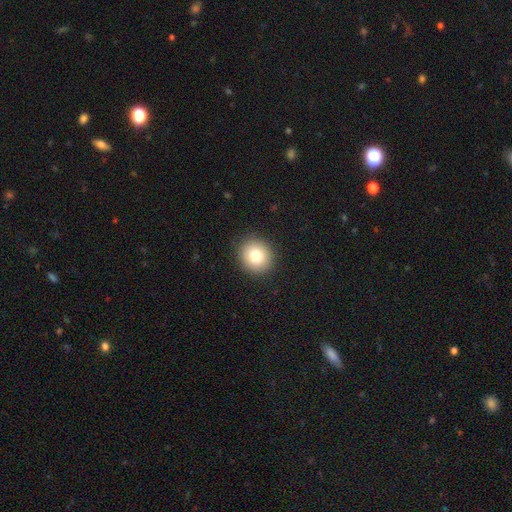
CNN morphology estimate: Smooth or featured: smooth — 80% (star or artifact — 10%)
How rounded: round — 88% (in between — 12%)
Merging: none — 92% (minor disturbance — 6%)